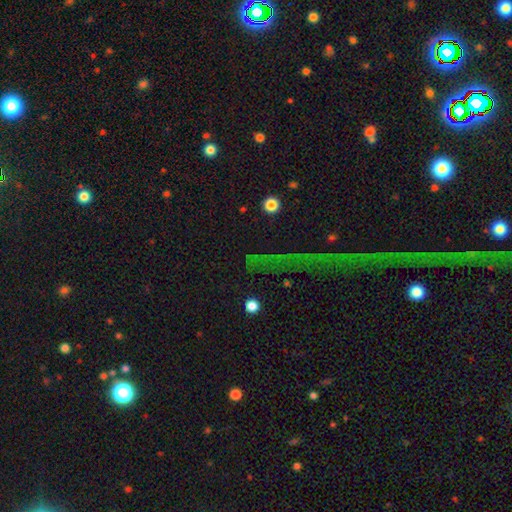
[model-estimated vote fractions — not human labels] Morphology: type=star or artifact (58%).